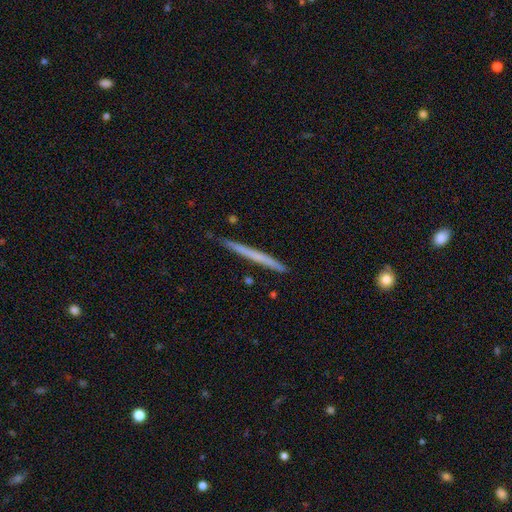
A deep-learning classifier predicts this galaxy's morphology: smooth 53%, featured or disk 42%, star or artifact 6%. Down the decision tree: how rounded — cigar-shaped (97%); merging — none (89%).